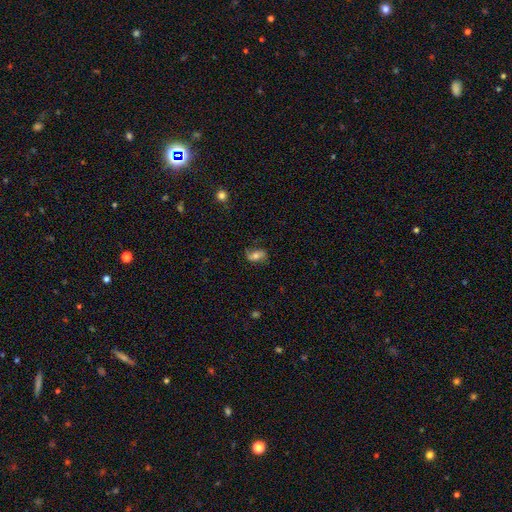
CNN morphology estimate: Q: Smooth or featured?
A: smooth (48%); runner-up: featured or disk (42%)
Q: Merging?
A: none (67%); runner-up: minor disturbance (21%)